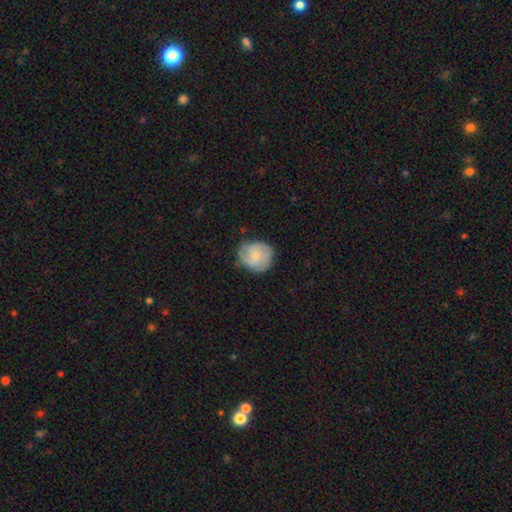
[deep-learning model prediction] smooth-or-featured: featured or disk: 59% | smooth: 35% | star or artifact: 6%
  disk-edge-on: no: 98% | yes: 2%
    bar: no: 71% | weak: 25% | strong: 3%
    has-spiral-arms: yes: 91% | no: 9%
      spiral-winding: tight: 48% | medium: 40% | loose: 12%
      spiral-arm-count: 3: 37% | 2: 26% | can't tell: 21% | 4: 7% | 1: 4% | more than 4: 4%
    bulge-size: small: 66% | moderate: 28% | none: 5% | large: 1% | dominant: 1%
  merging: none: 75% | minor disturbance: 19% | major disturbance: 5% | merger: 1%